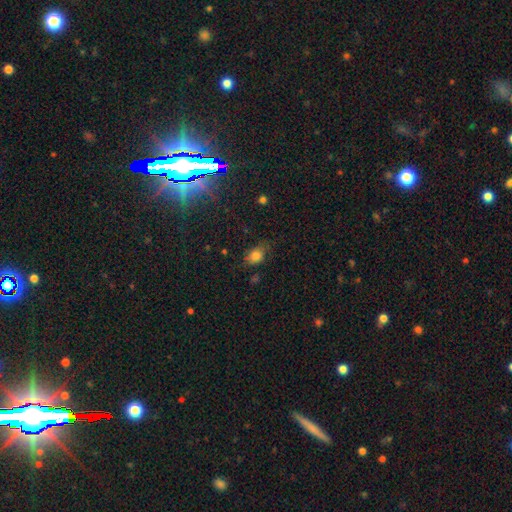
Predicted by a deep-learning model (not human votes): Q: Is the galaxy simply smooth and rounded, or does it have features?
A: smooth — 78%.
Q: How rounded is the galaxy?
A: in between — 68%.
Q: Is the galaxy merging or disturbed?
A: none — 67%.